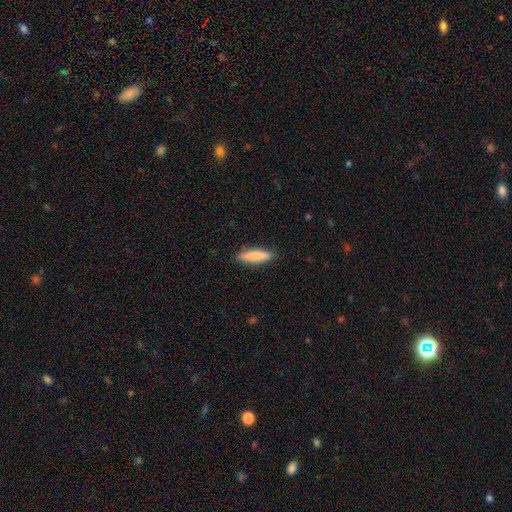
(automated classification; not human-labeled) Smooth or featured? Predicted: smooth (p=0.84). How rounded? Predicted: cigar-shaped (p=0.69). Merging? Predicted: none (p=0.88).